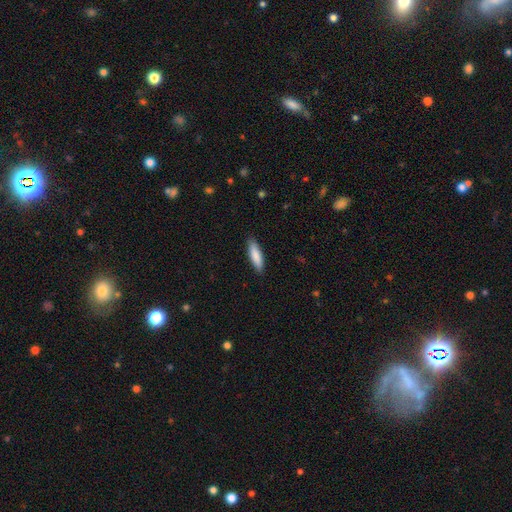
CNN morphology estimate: smooth-or-featured: smooth: 85% | featured or disk: 9% | star or artifact: 5%
  how-rounded: cigar-shaped: 62% | in between: 37% | round: 1%
  merging: none: 88% | minor disturbance: 9% | major disturbance: 2% | merger: 1%